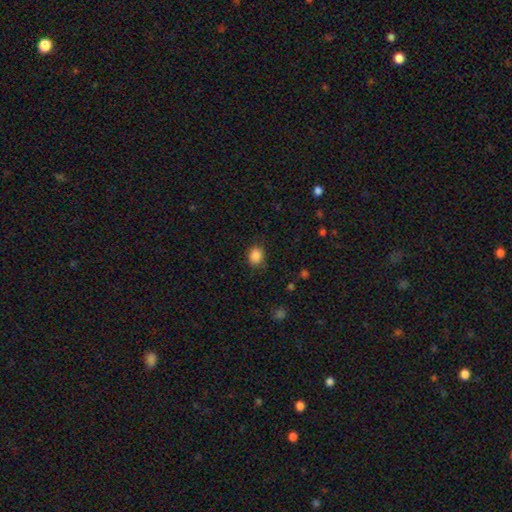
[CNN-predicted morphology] Q: Smooth or featured?
A: smooth (87%); runner-up: star or artifact (10%)
Q: How rounded?
A: round (64%); runner-up: in between (35%)
Q: Merging?
A: none (82%); runner-up: minor disturbance (14%)